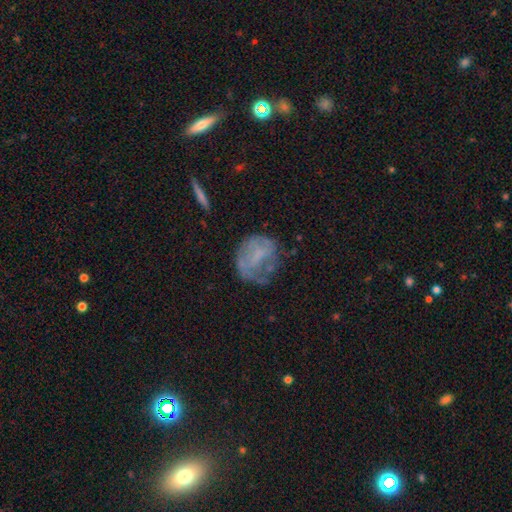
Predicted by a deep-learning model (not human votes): The model was most divided on "smooth or featured" (2-way tie): featured or disk: 44%, smooth: 44%, star or artifact: 11%. Remaining: merging — none (46%).